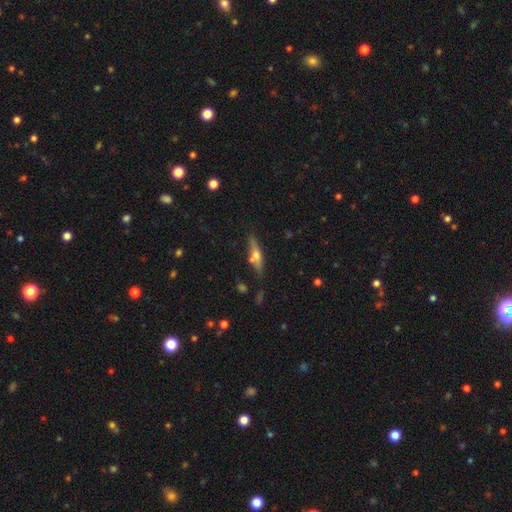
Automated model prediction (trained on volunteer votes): Q: Smooth or featured?
A: featured or disk (57%); runner-up: smooth (36%)
Q: Edge-on disk?
A: yes (92%); runner-up: no (8%)
Q: Edge-on bulge?
A: rounded (90%); runner-up: boxy (5%)
Q: Merging?
A: none (75%); runner-up: minor disturbance (14%)